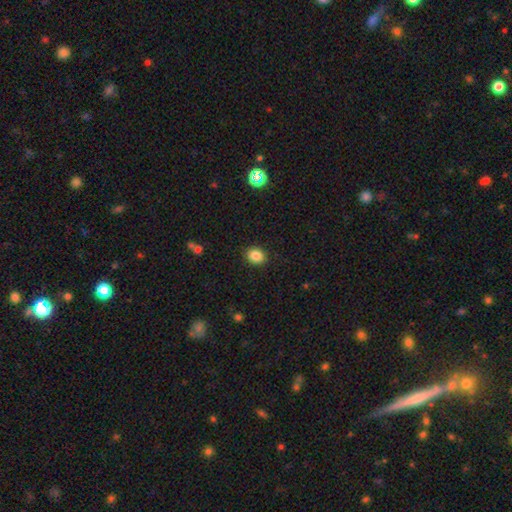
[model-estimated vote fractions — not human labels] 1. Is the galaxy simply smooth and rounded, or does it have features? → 86% smooth, 10% star or artifact, 4% featured or disk.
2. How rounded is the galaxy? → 52% round, 47% in between, 1% cigar-shaped.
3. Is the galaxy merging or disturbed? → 90% none, 7% minor disturbance, 2% major disturbance, 1% merger.